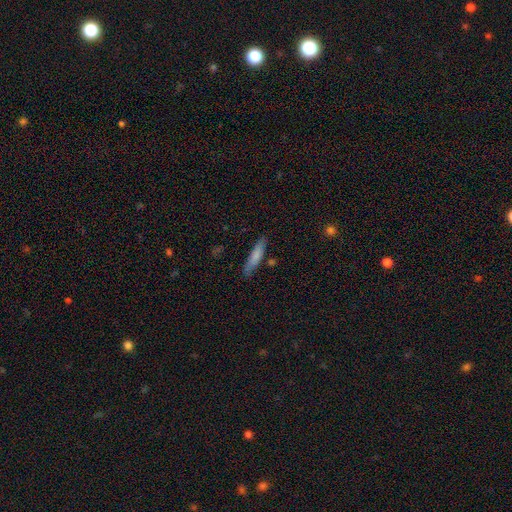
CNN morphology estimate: Q: Smooth or featured?
A: smooth (76%); runner-up: featured or disk (17%)
Q: How rounded?
A: cigar-shaped (83%); runner-up: in between (16%)
Q: Merging?
A: none (80%); runner-up: minor disturbance (14%)